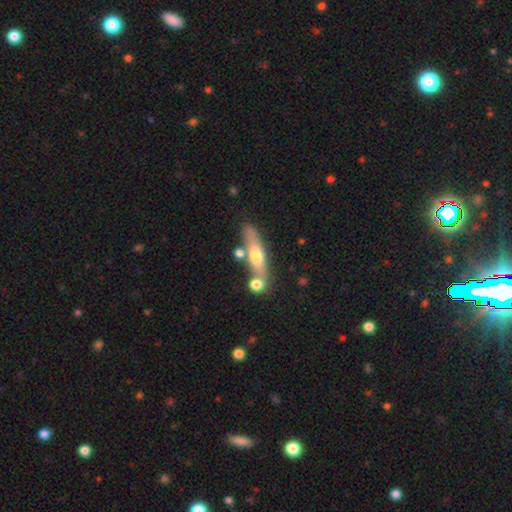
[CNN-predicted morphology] This appears to be a smooth galaxy with no disk features (49%). Merging: none (64%).